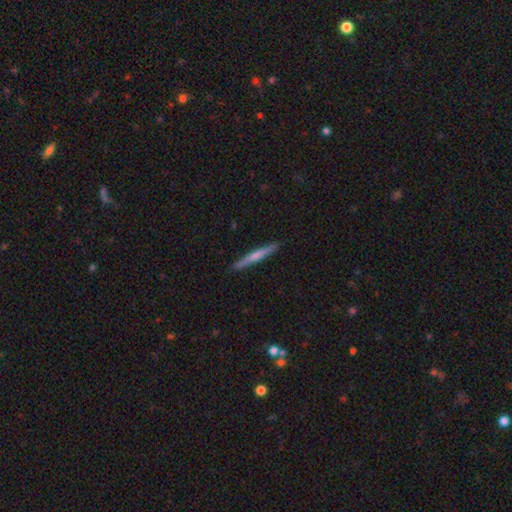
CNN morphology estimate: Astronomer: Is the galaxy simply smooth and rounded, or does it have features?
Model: smooth — 52% (runner-up: featured or disk, 42%).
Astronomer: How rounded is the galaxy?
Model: cigar-shaped — 96%.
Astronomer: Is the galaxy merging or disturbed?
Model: none — 91%.